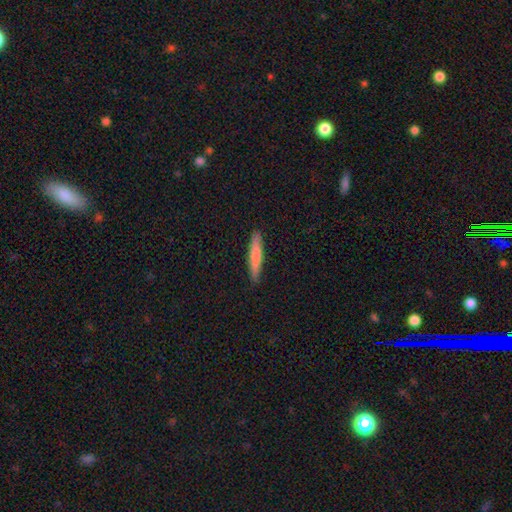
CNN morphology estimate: This is likely a smooth galaxy (74%). How rounded: clearly cigar-shaped (93%). Merging: clearly none (90%).